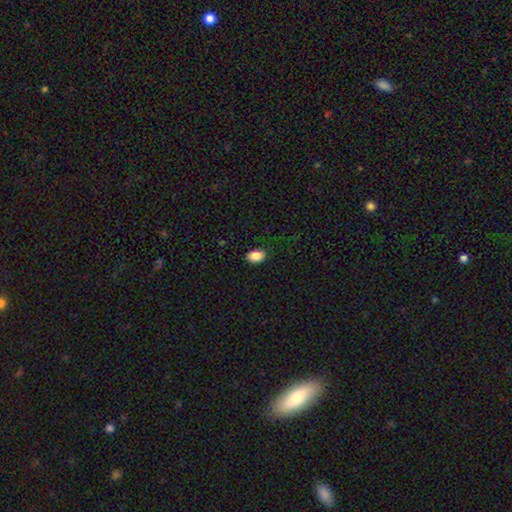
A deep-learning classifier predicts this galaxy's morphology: Overall: smooth (88%). How rounded: in between (83%). Merging: none (88%).